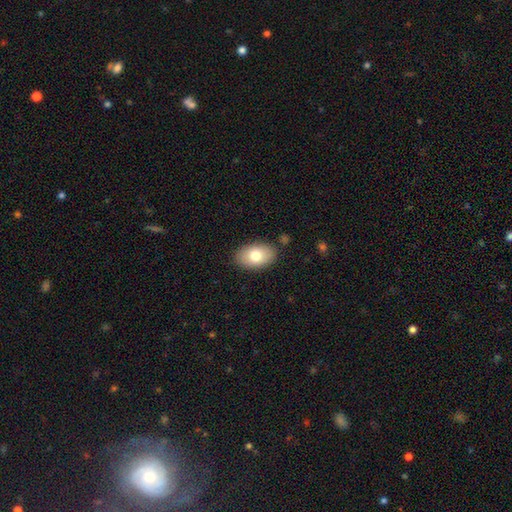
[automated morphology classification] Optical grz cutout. It shows a smooth galaxy with no disk features (76%) that is in between round and cigar-shaped (90%). Merging: none (85%).